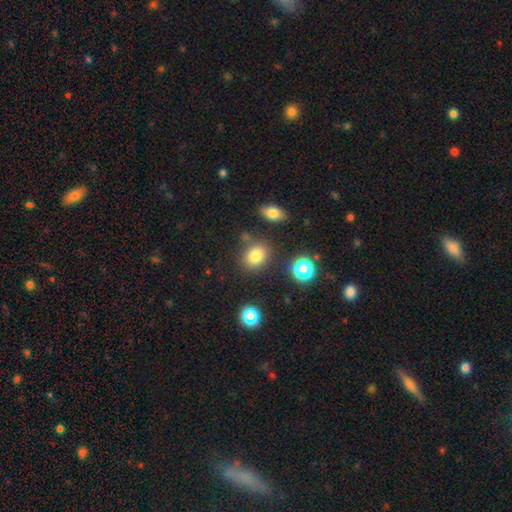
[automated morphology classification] Q: Smooth or featured?
A: smooth (78%); runner-up: star or artifact (14%)
Q: How rounded?
A: in between (50%); runner-up: round (49%)
Q: Merging?
A: none (77%); runner-up: minor disturbance (12%)